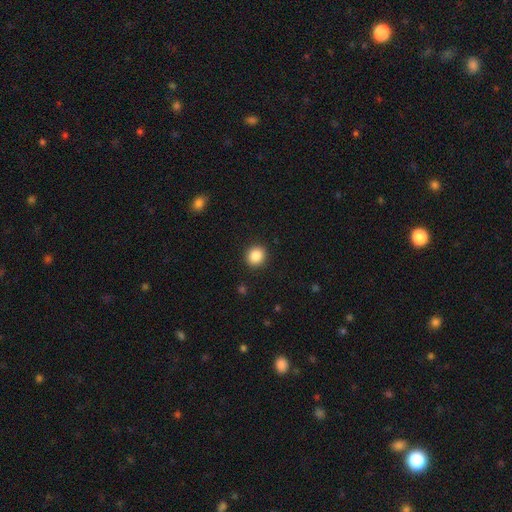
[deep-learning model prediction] Overall: smooth (87%). How rounded: round (84%). Merging: none (91%).